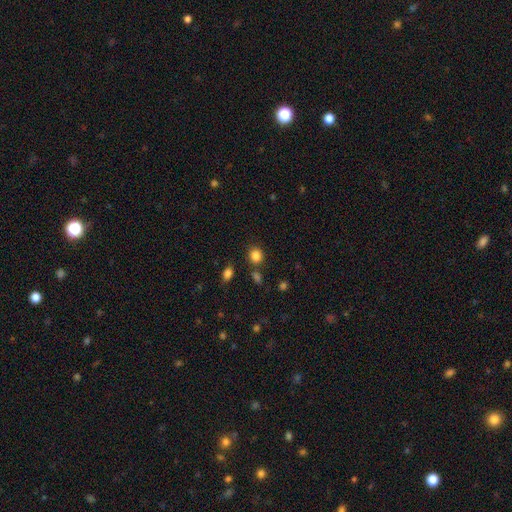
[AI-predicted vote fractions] Smooth or featured: smooth — 85% (star or artifact — 11%)
How rounded: round — 78% (in between — 21%)
Merging: none — 81% (minor disturbance — 9%)